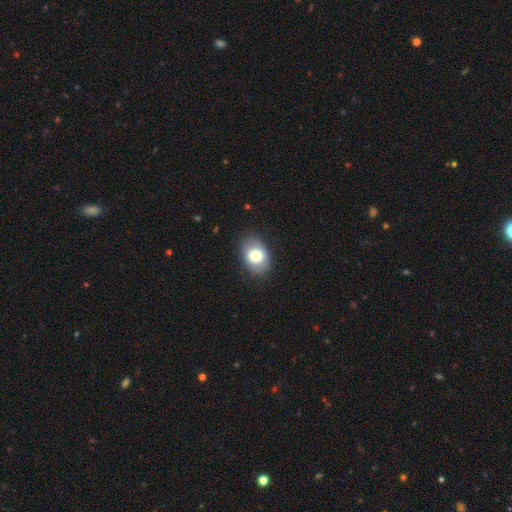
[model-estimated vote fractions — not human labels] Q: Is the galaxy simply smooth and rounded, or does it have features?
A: smooth — 74%.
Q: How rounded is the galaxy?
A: in between — 82%.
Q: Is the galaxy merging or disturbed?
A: none — 83%.